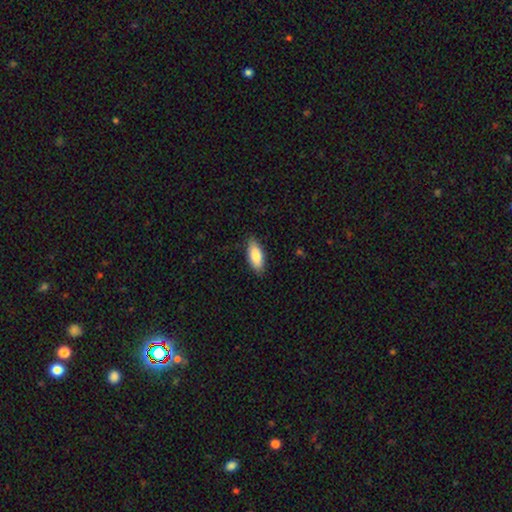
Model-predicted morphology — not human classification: This appears to be a smooth galaxy with no disk features (84%) that is in between round and cigar-shaped (83%). Merging: none (84%).